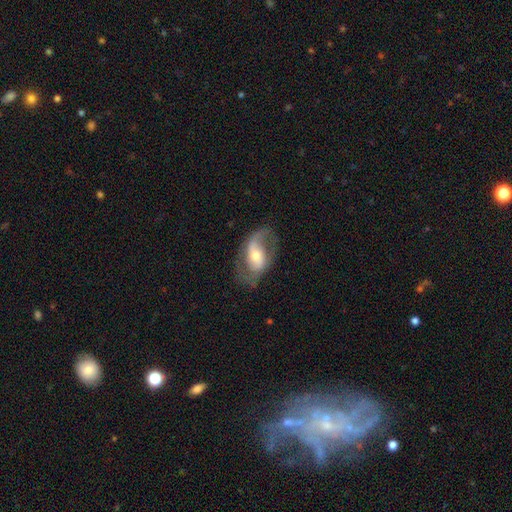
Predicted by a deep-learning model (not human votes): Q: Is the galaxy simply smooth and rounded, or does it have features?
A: featured or disk — 79%.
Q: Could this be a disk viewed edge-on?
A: no — 96%.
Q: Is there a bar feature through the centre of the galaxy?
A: weak — 41%.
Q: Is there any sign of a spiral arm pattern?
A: yes — 89%.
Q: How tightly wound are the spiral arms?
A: loose — 47%.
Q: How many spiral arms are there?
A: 2 — 82%.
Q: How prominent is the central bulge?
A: moderate — 60%.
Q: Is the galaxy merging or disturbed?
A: none — 70%.